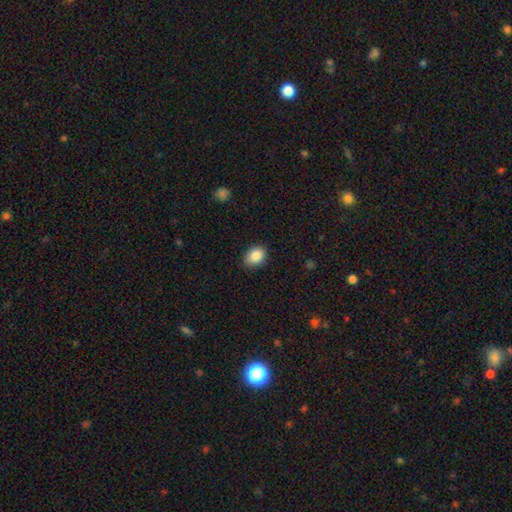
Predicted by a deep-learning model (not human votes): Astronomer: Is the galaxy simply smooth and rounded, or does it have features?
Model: smooth — 87%.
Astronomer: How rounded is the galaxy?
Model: in between — 67%.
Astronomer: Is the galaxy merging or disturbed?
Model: none — 86%.